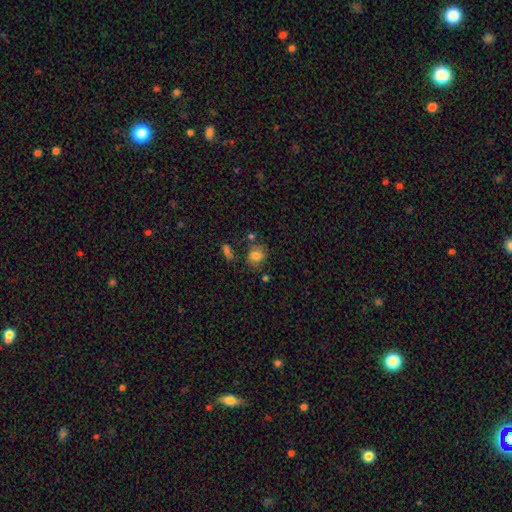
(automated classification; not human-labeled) Morphology: type=smooth (80%); roundness=round (61%); merging=none (66%).